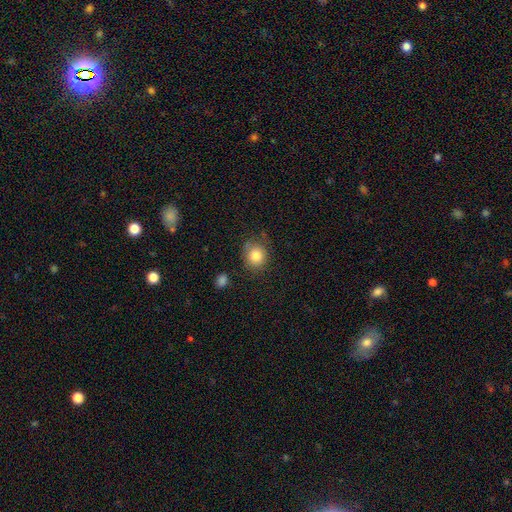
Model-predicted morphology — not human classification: Smooth or featured? Predicted: smooth (p=0.82). How rounded? Predicted: round (p=0.82). Merging? Predicted: none (p=0.76).